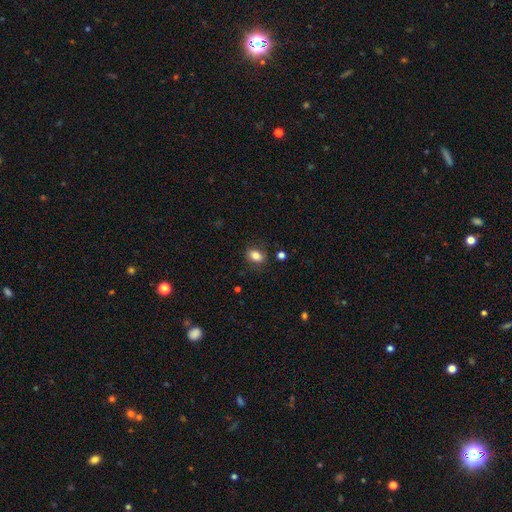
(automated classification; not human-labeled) The model was most divided on "how rounded": in between: 77%, round: 21%, cigar-shaped: 2%. More confident: merging — none (83%); smooth or featured — smooth (82%).